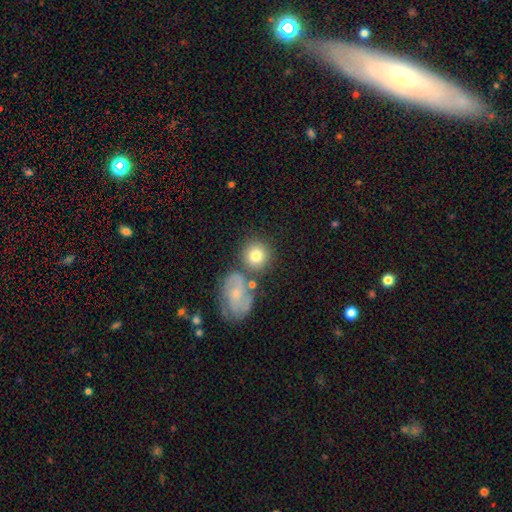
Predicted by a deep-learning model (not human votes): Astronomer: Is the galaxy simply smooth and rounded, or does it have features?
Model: smooth — 74%.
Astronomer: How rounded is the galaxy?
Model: round — 86%.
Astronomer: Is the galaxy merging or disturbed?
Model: none — 65%.